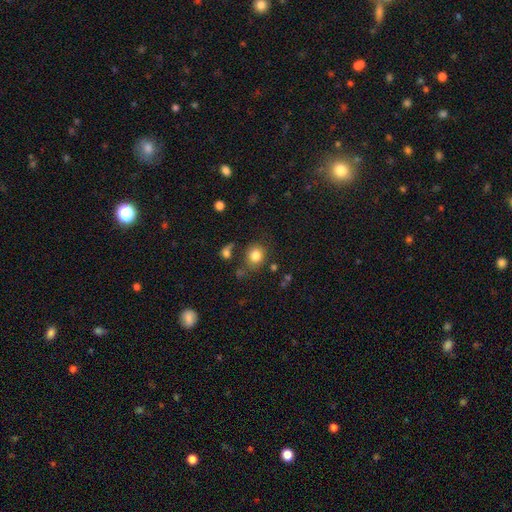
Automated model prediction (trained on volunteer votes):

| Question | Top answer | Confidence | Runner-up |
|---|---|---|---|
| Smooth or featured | smooth | 82% | star or artifact (10%) |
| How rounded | round | 72% | in between (27%) |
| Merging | none | 70% | minor disturbance (15%) |